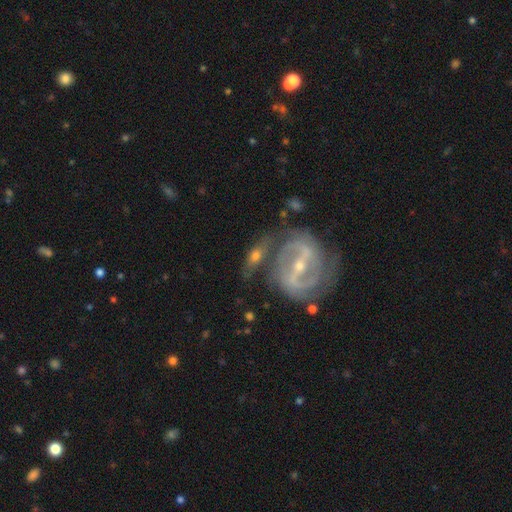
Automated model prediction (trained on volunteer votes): featured or disk 71%, smooth 22%, star or artifact 6%. Down the decision tree: edge-on disk — no (84%); bar — strong (45%); spiral arms — yes (76%); bulge size — moderate (50%); merging — none (59%).